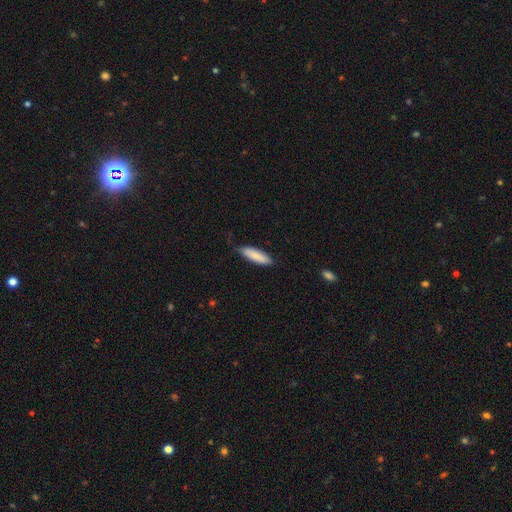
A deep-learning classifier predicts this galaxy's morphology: Smooth or featured?
  - smooth: 85% *
  - featured or disk: 10%
  - star or artifact: 5%
How rounded?
  - cigar-shaped: 58% *
  - in between: 41%
  - round: 2%
Merging?
  - none: 73% *
  - minor disturbance: 23%
  - major disturbance: 3%
  - merger: 1%